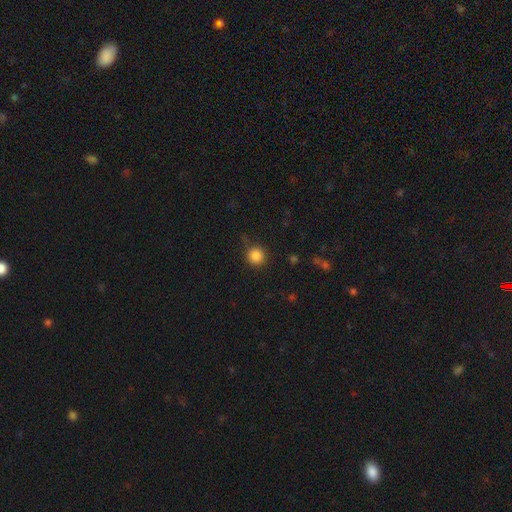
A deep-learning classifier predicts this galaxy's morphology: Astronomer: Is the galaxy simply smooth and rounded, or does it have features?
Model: smooth — 86%.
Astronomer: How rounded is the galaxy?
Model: round — 94%.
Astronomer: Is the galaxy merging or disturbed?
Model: none — 85%.